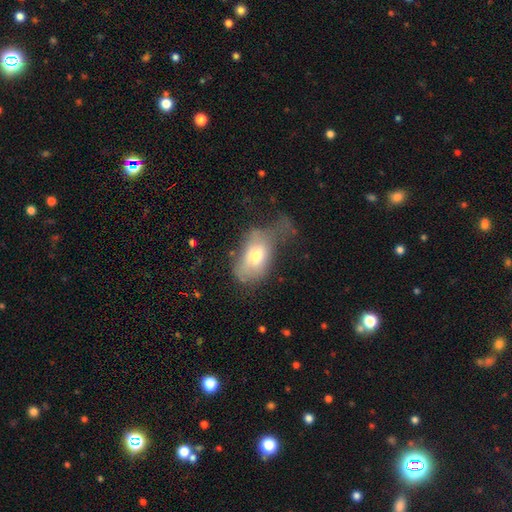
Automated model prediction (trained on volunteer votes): smooth-or-featured: smooth: 66% | featured or disk: 25% | star or artifact: 9%
  how-rounded: in between: 89% | round: 9% | cigar-shaped: 2%
  merging: major disturbance: 47% | minor disturbance: 27% | none: 19% | merger: 6%